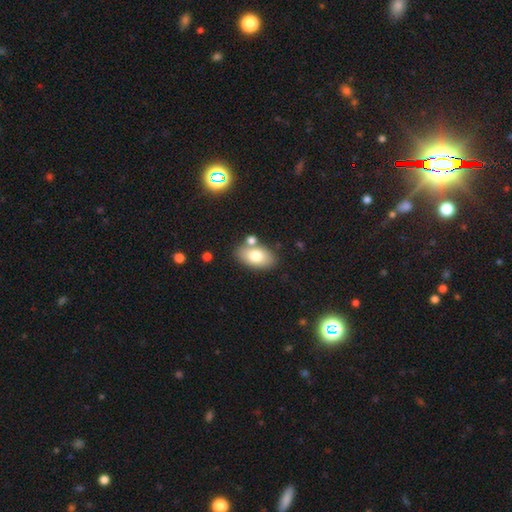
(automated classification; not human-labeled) This appears to be a smooth galaxy with no disk features (75%) that is in between round and cigar-shaped (91%). Merging: none (72%).